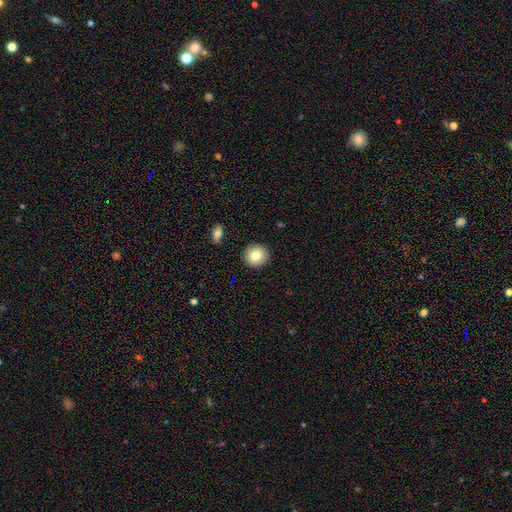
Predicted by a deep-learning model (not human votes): Overall: smooth (81%). How rounded: round (90%). Merging: none (91%).